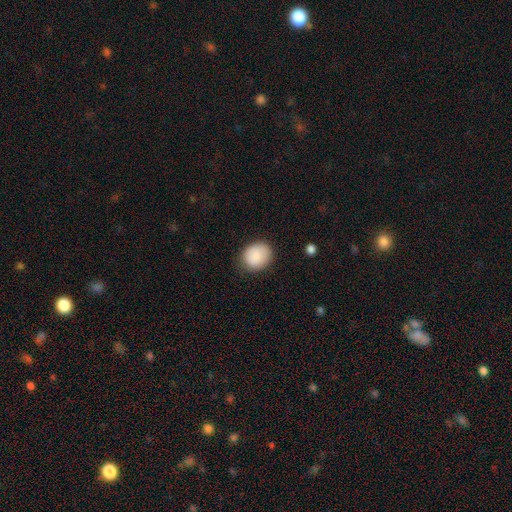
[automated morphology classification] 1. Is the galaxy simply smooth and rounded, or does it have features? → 88% smooth, 7% star or artifact, 5% featured or disk.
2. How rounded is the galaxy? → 63% round, 36% in between, 1% cigar-shaped.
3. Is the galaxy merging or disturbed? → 80% none, 15% minor disturbance, 4% major disturbance, 1% merger.